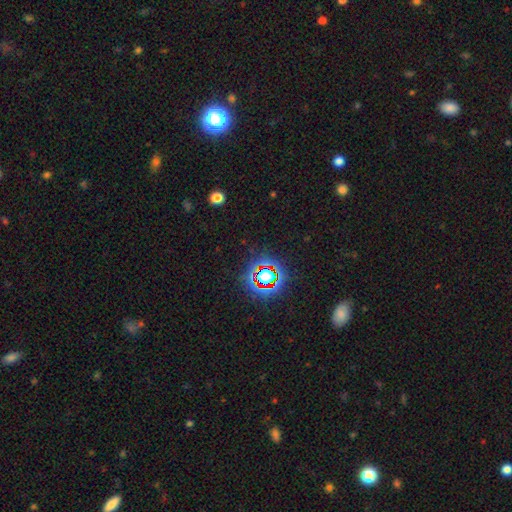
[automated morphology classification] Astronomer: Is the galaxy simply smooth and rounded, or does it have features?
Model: star or artifact — 63%.